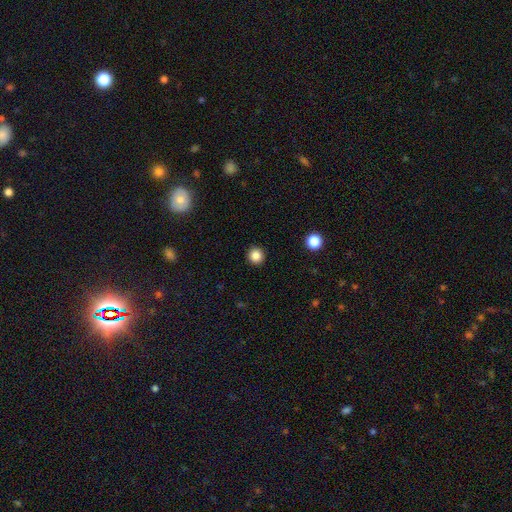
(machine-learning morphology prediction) Smooth or featured?
  - smooth: 85% *
  - star or artifact: 11%
  - featured or disk: 3%
How rounded?
  - round: 93% *
  - in between: 6%
  - cigar-shaped: 1%
Merging?
  - none: 92% *
  - minor disturbance: 5%
  - major disturbance: 2%
  - merger: 1%